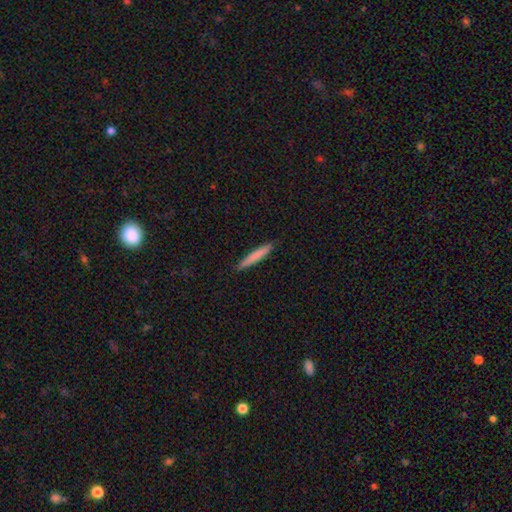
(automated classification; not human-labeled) smooth 77%, featured or disk 17%, star or artifact 6%. Down the decision tree: how rounded — cigar-shaped (95%); merging — none (91%).